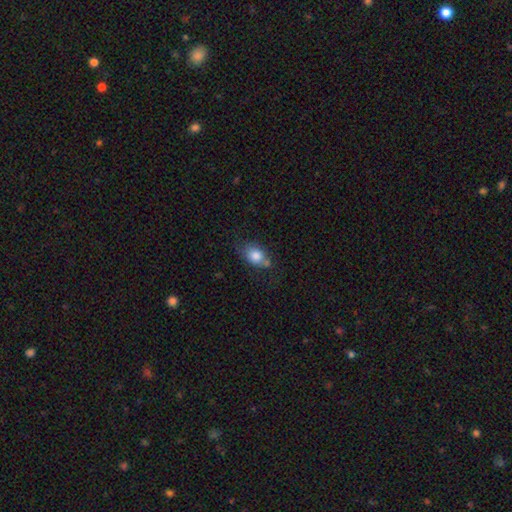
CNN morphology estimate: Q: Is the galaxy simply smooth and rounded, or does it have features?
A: smooth — 82%.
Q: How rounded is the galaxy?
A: in between — 67%.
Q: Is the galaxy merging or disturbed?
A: none — 52%.